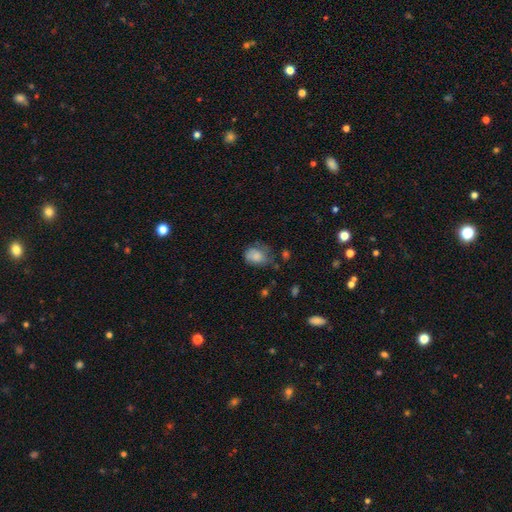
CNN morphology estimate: smooth_or_featured: smooth (p=0.79) [alt: featured or disk p=0.12]
how_rounded: in between (p=0.60) [alt: round p=0.39]
merging: none (p=0.47) [alt: minor disturbance p=0.33]